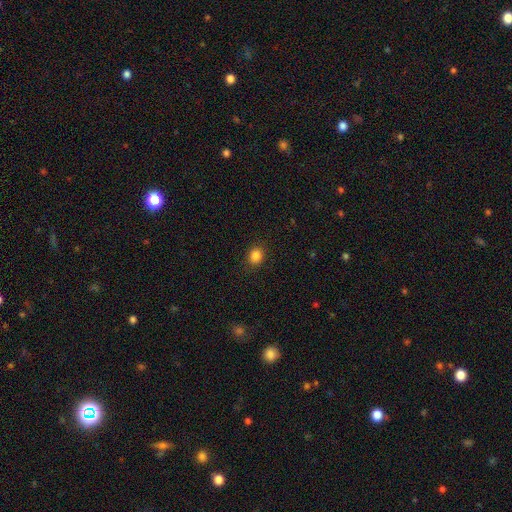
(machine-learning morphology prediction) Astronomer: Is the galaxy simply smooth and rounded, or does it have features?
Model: smooth — 85%.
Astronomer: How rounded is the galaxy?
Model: round — 66%.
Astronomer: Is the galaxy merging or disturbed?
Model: none — 89%.